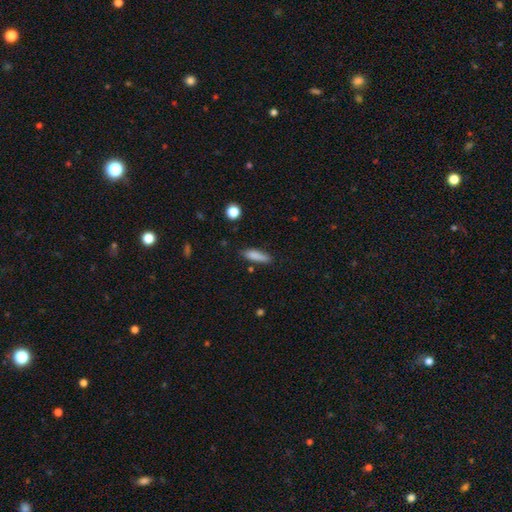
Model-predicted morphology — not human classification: Smooth or featured?
  - smooth: 84% *
  - featured or disk: 9%
  - star or artifact: 8%
How rounded?
  - cigar-shaped: 64% *
  - in between: 34%
  - round: 2%
Merging?
  - none: 78% *
  - minor disturbance: 16%
  - major disturbance: 3%
  - merger: 3%